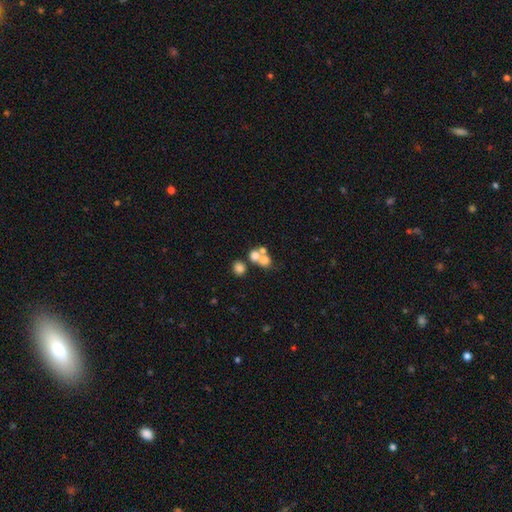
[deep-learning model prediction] Q: Smooth or featured?
A: smooth (65%); runner-up: featured or disk (21%)
Q: How rounded?
A: round (71%); runner-up: in between (27%)
Q: Merging?
A: merger (57%); runner-up: none (31%)